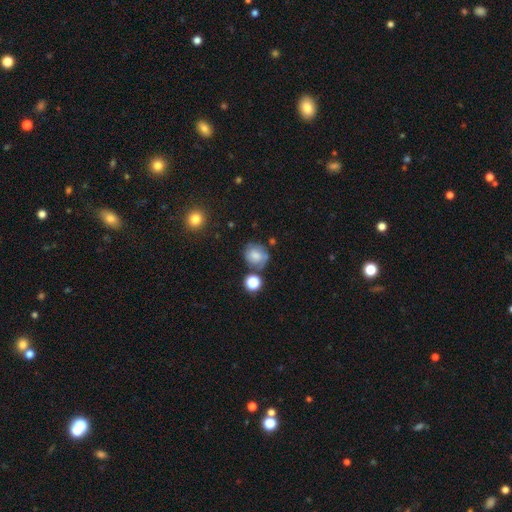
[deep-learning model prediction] A smooth galaxy with no disk features (62%) that is round (72%).

Vote fractions:
- Smooth or featured? smooth: 62% / featured or disk: 26% / star or artifact: 12%
- How rounded? round: 72% / in between: 27% / cigar-shaped: 1%
- Merging? none: 60% / minor disturbance: 21% / merger: 10% / major disturbance: 8%